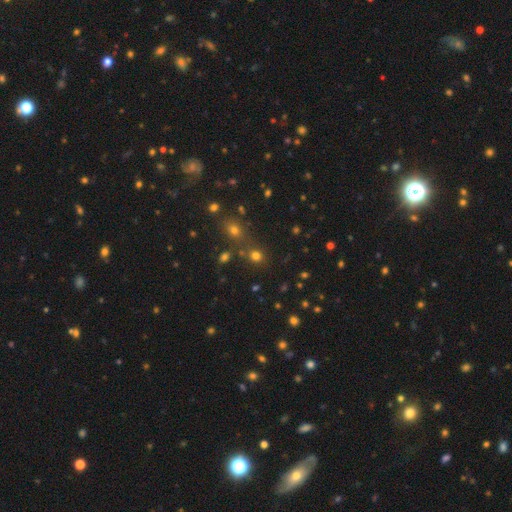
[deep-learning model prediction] Morphology: type=smooth (70%); roundness=round (79%); merging=none (68%).